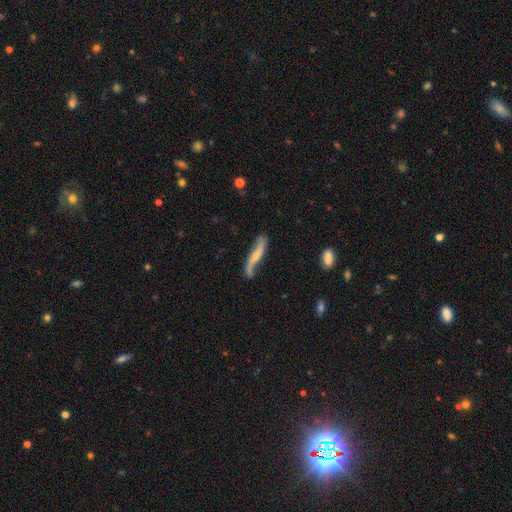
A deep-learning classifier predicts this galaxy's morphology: Smooth or featured: featured or disk — 77% (smooth — 18%)
Edge-on disk: no — 68% (yes — 32%)
Bar: no — 54% (weak — 28%)
Spiral arms: yes — 92% (no — 8%)
Bulge size: small — 54% (moderate — 35%)
Merging: none — 66% (minor disturbance — 23%)